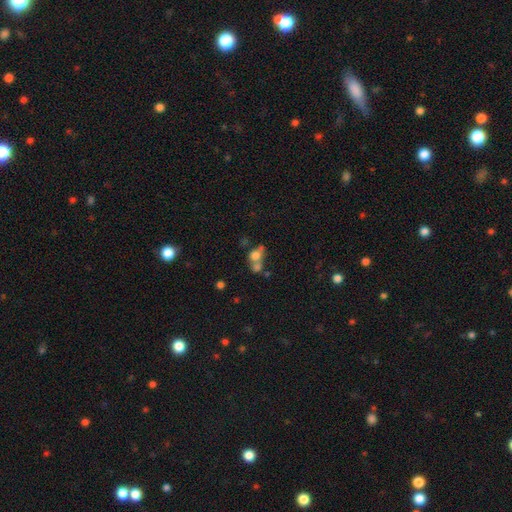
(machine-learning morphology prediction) This appears to be a smooth galaxy with no disk features (67%) that is round (60%). Merging: merger (55%).